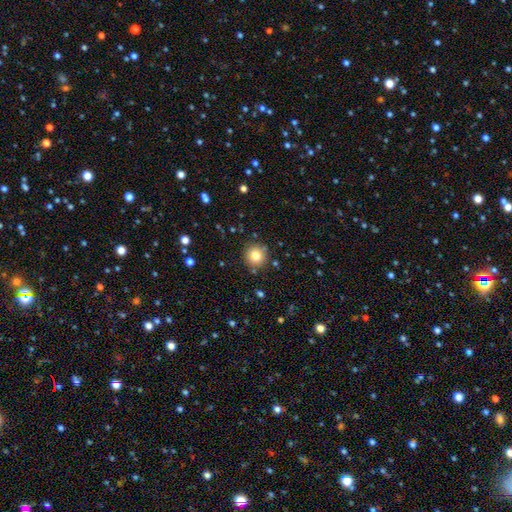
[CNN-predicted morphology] A smooth galaxy with no disk features (80%) that is round (94%). Merging: none (87%).